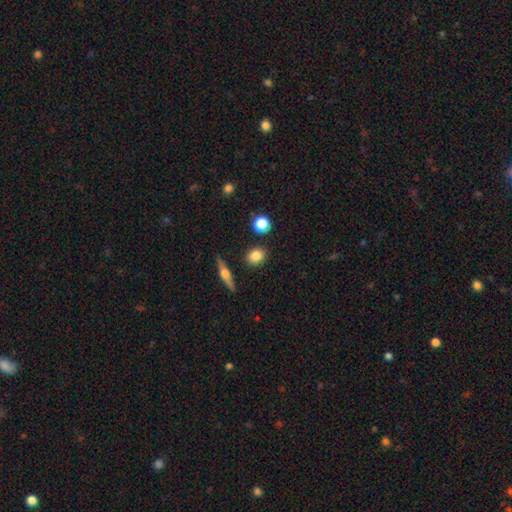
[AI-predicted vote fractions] Smooth or featured? smooth (83%)
How rounded? round (61%)
Merging? none (86%)